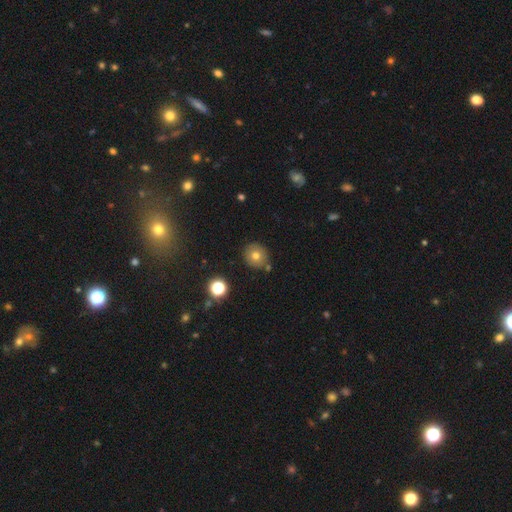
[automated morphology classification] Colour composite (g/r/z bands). It shows a smooth galaxy with no disk features (71%) that is round (88%). Merging: none (81%).